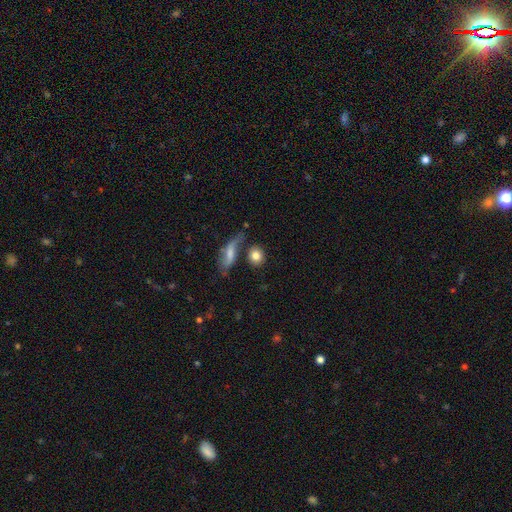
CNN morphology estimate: smooth 81%, featured or disk 11%, star or artifact 8%. Down the decision tree: how rounded — round (68%); merging — none (64%).